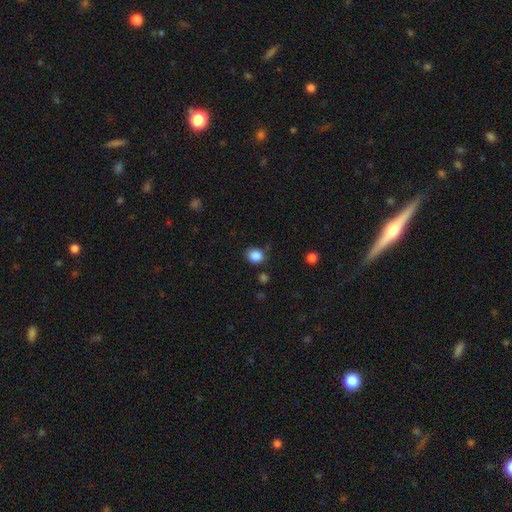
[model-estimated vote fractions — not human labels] Morphology: type=smooth (86%); roundness=round (66%); merging=none (76%).